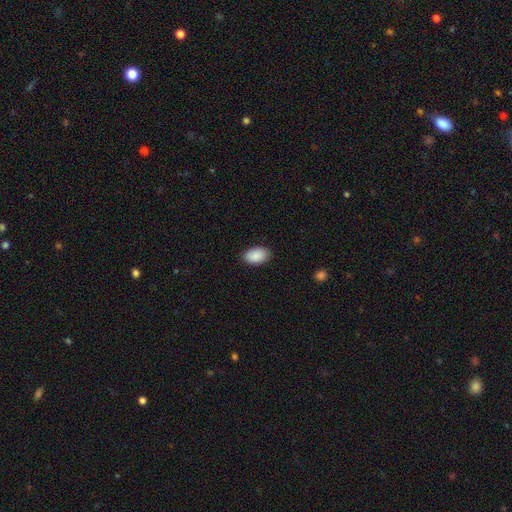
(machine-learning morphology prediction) type=smooth (90%); roundness=in between (92%); merging=none (87%).